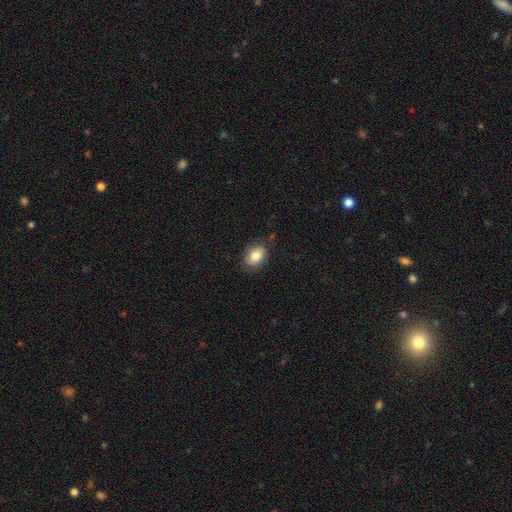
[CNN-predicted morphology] type=smooth (81%); roundness=in between (72%); merging=none (81%).